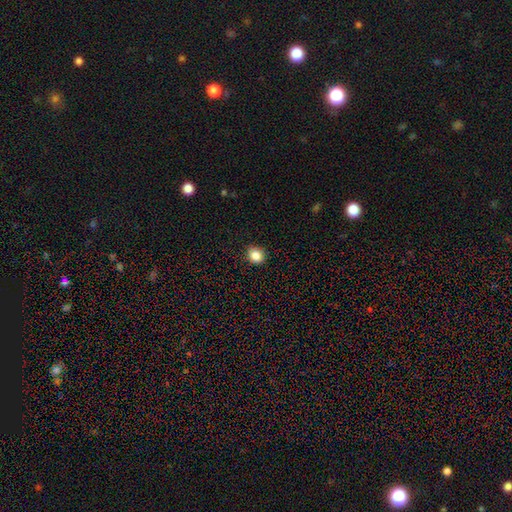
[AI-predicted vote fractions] smooth 85%, star or artifact 10%, featured or disk 5%. Down the decision tree: how rounded — round (67%); merging — none (89%).